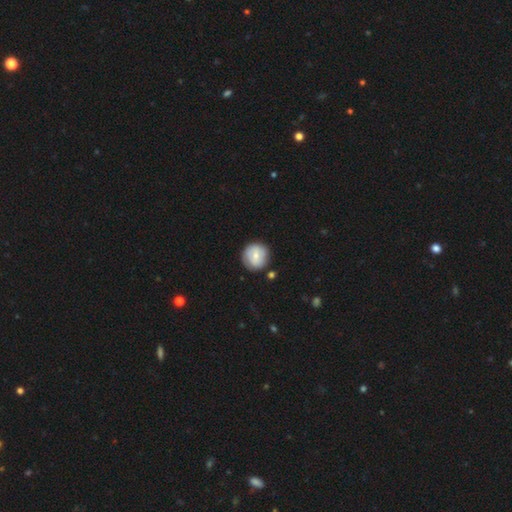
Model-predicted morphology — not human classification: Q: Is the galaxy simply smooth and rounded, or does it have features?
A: smooth — 58%.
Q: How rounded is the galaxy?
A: round — 92%.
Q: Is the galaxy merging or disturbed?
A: none — 79%.